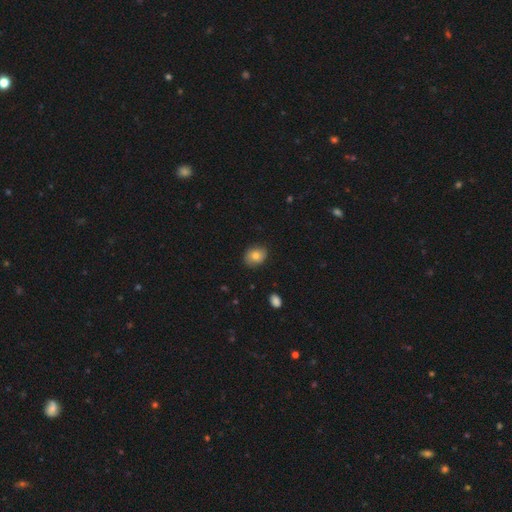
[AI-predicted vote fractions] Smooth or featured? smooth (78%)
How rounded? in between (50%)
Merging? none (84%)